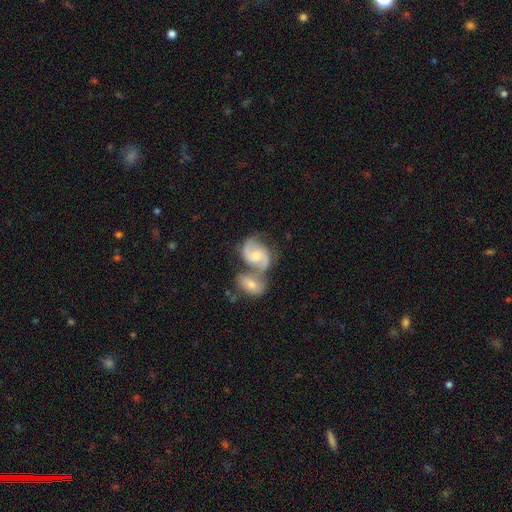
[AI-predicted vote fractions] This is clearly a featured or disk galaxy (81%). It is clearly not viewed edge-on (98%). Bar: possibly no (51%). Spiral arm pattern: clearly yes (95%). Spiral arm count: clearly 2 (90%). Spiral winding: possibly medium (58%). Central bulge: possibly moderate (60%). Merging: likely merger (61%).